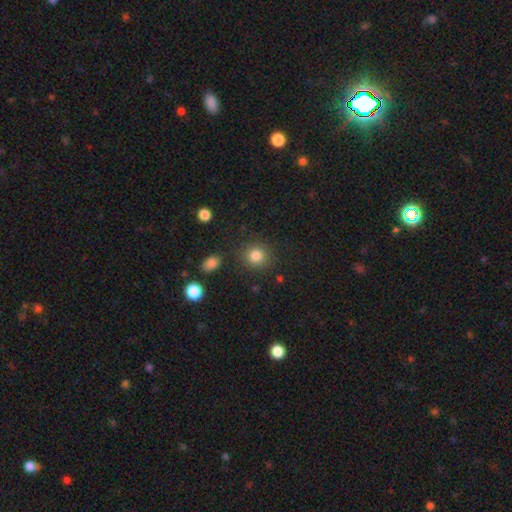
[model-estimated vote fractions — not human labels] Smooth or featured: smooth — 83% (star or artifact — 11%)
How rounded: round — 87% (in between — 12%)
Merging: none — 85% (minor disturbance — 8%)